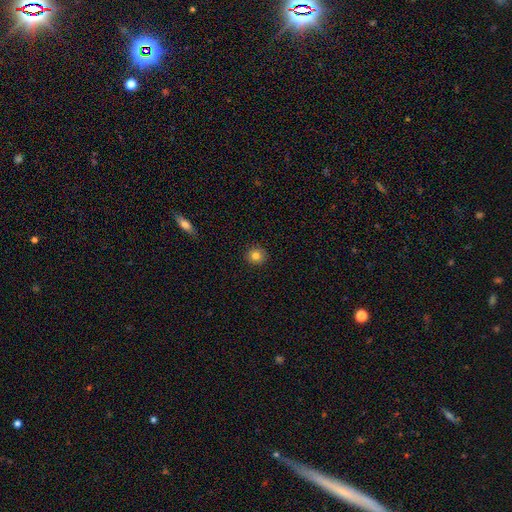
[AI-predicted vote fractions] The model was most divided on "smooth or featured": smooth: 81%, star or artifact: 12%, featured or disk: 7%. More confident: merging — none (91%); how rounded — round (90%).